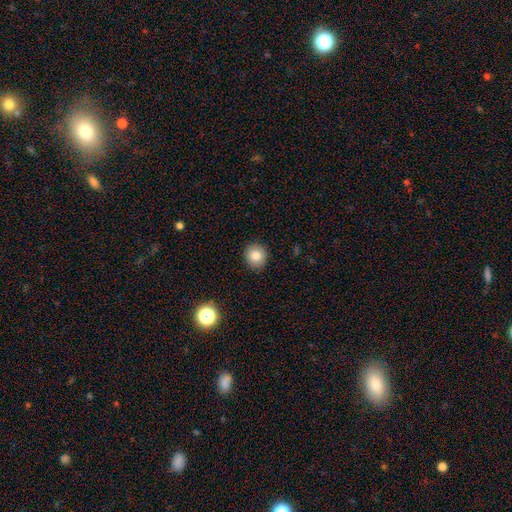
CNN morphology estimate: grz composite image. It shows a smooth galaxy with no disk features (83%) that is round (86%). Merging: none (90%).